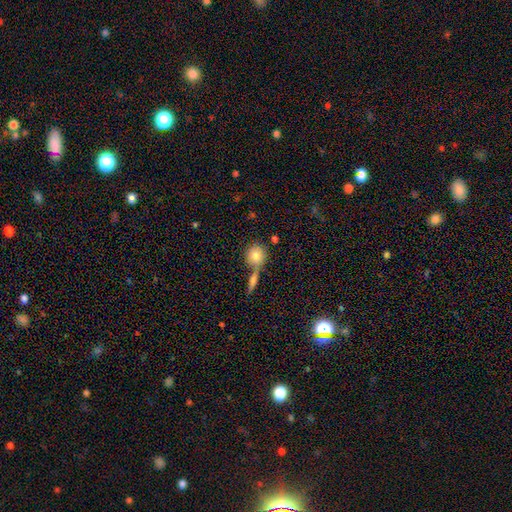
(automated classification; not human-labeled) Morphology: type=smooth (80%); roundness=round (86%); merging=none (59%).